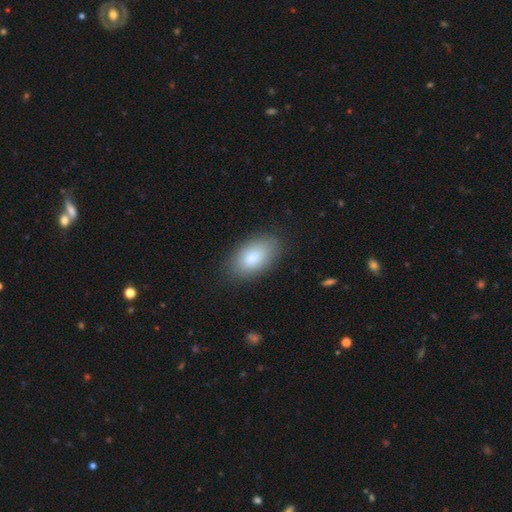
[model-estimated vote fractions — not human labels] Smooth or featured? smooth (82%)
How rounded? in between (93%)
Merging? none (87%)